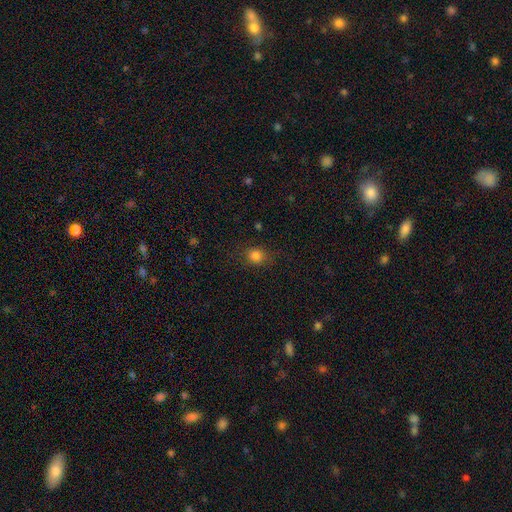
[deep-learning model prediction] A smooth galaxy with no disk features (83%) that is round (77%).

Vote fractions:
- Smooth or featured? smooth: 83% / star or artifact: 12% / featured or disk: 5%
- How rounded? round: 77% / in between: 22% / cigar-shaped: 1%
- Merging? none: 81% / minor disturbance: 13% / major disturbance: 5% / merger: 1%